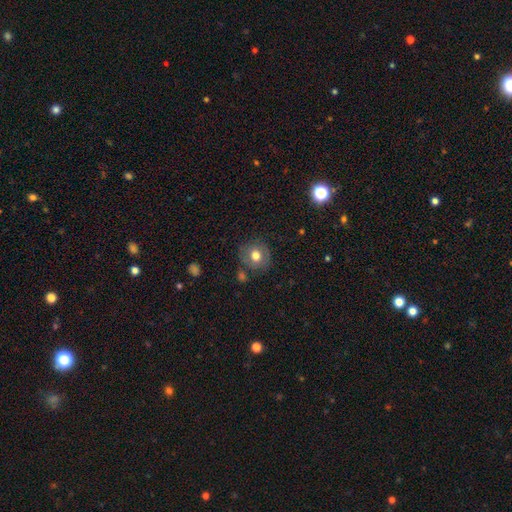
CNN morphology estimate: The model was most divided on "smooth or featured": smooth: 70%, featured or disk: 21%, star or artifact: 10%. More confident: how rounded — round (83%); merging — none (77%).